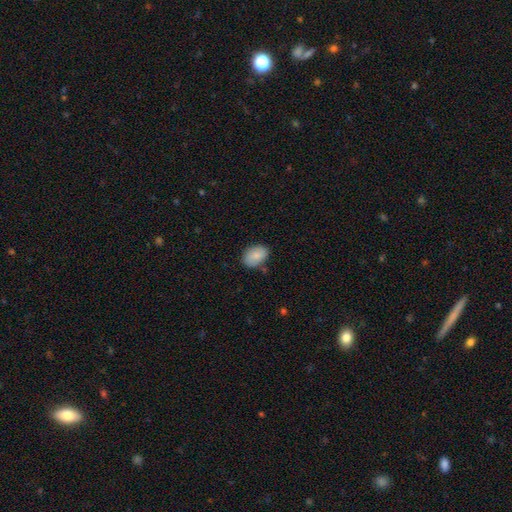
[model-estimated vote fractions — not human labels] Smooth or featured?
  - smooth: 85% *
  - featured or disk: 9%
  - star or artifact: 7%
How rounded?
  - in between: 83% *
  - round: 16%
  - cigar-shaped: 1%
Merging?
  - none: 76% *
  - minor disturbance: 18%
  - major disturbance: 3%
  - merger: 3%